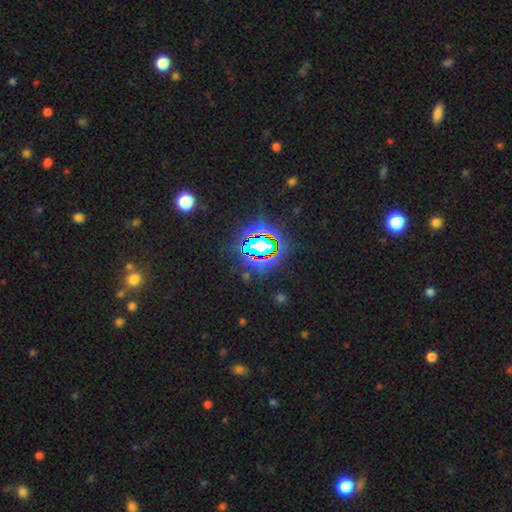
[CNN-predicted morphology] A star or artifact, not a galaxy (80%).

Vote fractions:
- Smooth or featured? star or artifact: 80% / smooth: 12% / featured or disk: 8%